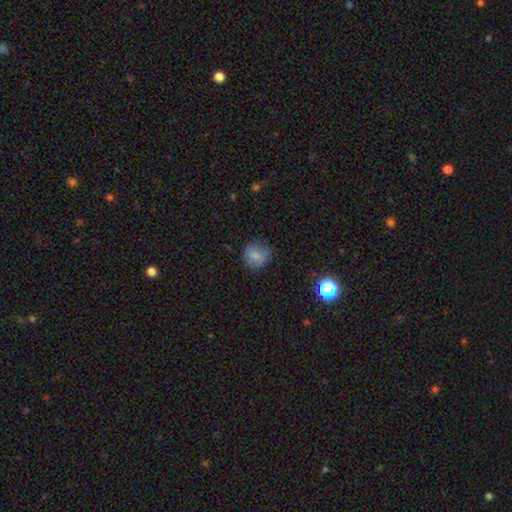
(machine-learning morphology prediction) This is likely a smooth galaxy (76%). How rounded: clearly round (83%). Merging: likely none (79%).